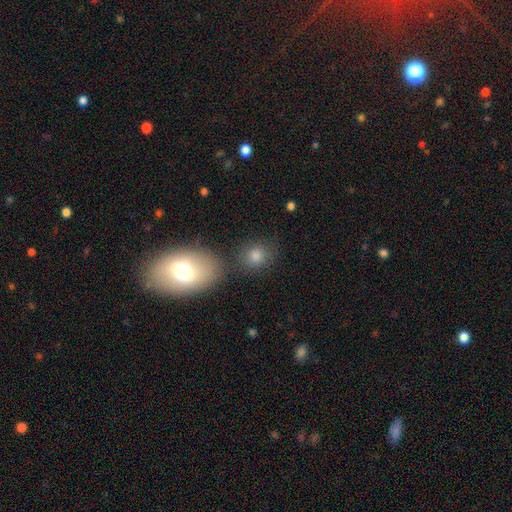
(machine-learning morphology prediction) A smooth galaxy with no disk features (79%) that is round (70%).

Vote fractions:
- Smooth or featured? smooth: 79% / star or artifact: 13% / featured or disk: 9%
- How rounded? round: 70% / in between: 29% / cigar-shaped: 1%
- Merging? none: 72% / merger: 12% / minor disturbance: 11% / major disturbance: 4%